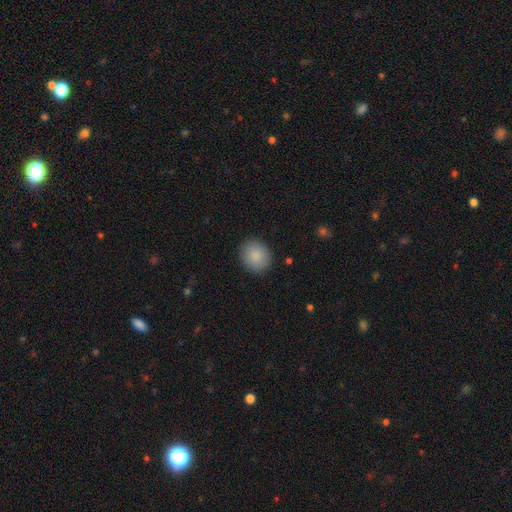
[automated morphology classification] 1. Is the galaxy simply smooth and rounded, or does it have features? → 88% smooth, 7% star or artifact, 5% featured or disk.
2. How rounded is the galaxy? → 73% round, 26% in between, 1% cigar-shaped.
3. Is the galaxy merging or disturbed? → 89% none, 8% minor disturbance, 2% major disturbance, 1% merger.